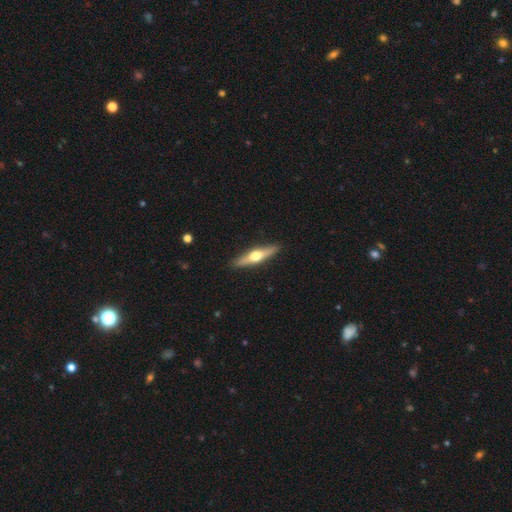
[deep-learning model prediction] Q: Smooth or featured?
A: featured or disk (61%); runner-up: smooth (34%)
Q: Edge-on disk?
A: yes (95%); runner-up: no (5%)
Q: Edge-on bulge?
A: rounded (95%); runner-up: boxy (3%)
Q: Merging?
A: none (90%); runner-up: minor disturbance (7%)